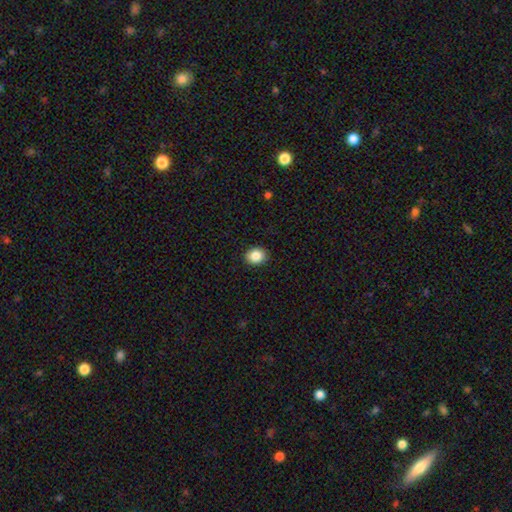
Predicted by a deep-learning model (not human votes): smooth_or_featured: smooth (p=0.87) [alt: star or artifact p=0.09]
how_rounded: round (p=0.62) [alt: in between p=0.37]
merging: none (p=0.91) [alt: minor disturbance p=0.06]